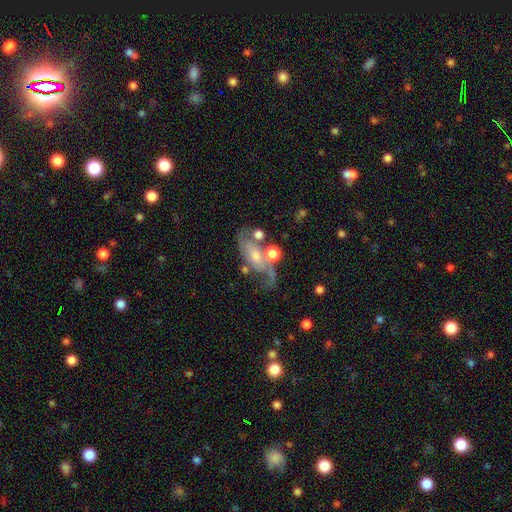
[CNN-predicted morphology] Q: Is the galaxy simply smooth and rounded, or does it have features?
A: featured or disk — 72%.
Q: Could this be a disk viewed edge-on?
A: no — 92%.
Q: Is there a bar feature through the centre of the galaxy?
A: no — 52%.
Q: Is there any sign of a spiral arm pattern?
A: yes — 88%.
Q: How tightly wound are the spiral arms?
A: loose — 44%.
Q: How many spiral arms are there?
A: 2 — 75%.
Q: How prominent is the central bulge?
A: small — 44%.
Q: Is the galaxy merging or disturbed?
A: none — 41%.